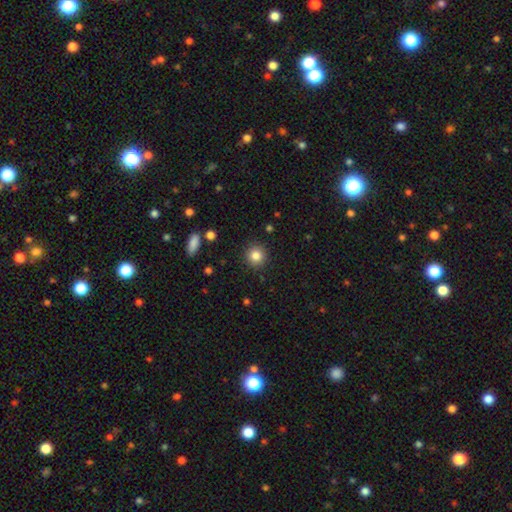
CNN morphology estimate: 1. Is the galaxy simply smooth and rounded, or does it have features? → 83% smooth, 11% star or artifact, 6% featured or disk.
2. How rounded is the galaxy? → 93% round, 6% in between, 1% cigar-shaped.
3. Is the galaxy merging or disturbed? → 91% none, 6% minor disturbance, 2% major disturbance, 1% merger.